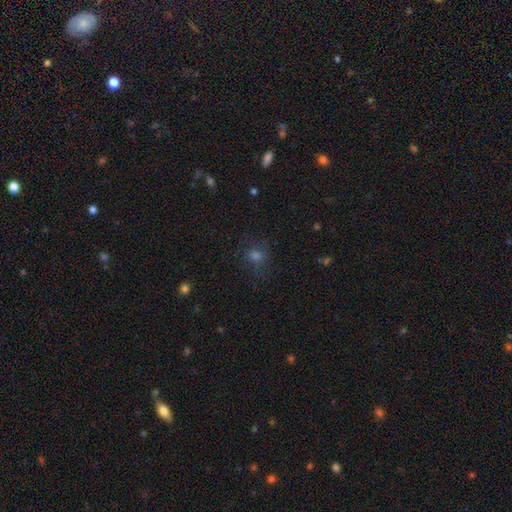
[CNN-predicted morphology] Q: Smooth or featured?
A: smooth (54%); runner-up: star or artifact (33%)
Q: How rounded?
A: round (77%); runner-up: in between (21%)
Q: Merging?
A: none (75%); runner-up: minor disturbance (14%)